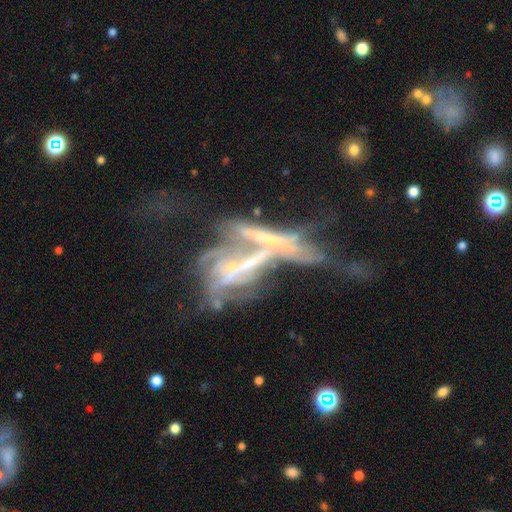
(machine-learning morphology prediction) Smooth or featured?
  - featured or disk: 70% *
  - smooth: 15%
  - star or artifact: 14%
Edge-on disk?
  - no: 67% *
  - yes: 33%
Merging?
  - merger: 64% *
  - major disturbance: 16%
  - none: 12%
  - minor disturbance: 7%